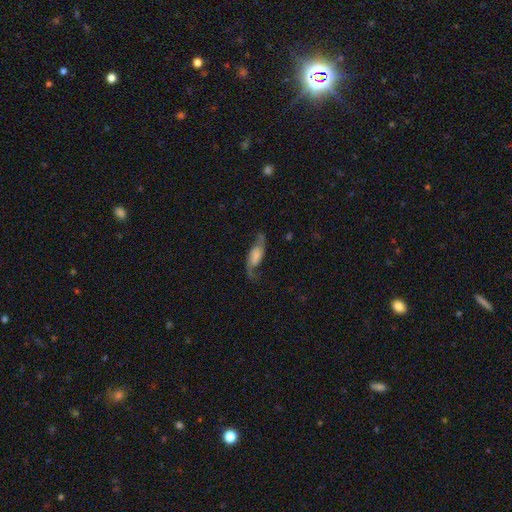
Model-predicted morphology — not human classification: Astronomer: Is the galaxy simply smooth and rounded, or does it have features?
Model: featured or disk — 73%.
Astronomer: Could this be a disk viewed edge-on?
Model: no — 91%.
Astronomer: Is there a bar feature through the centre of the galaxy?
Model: no — 53% (runner-up: weak, 32%).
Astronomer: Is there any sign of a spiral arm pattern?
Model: yes — 93%.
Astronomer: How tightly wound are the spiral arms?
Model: loose — 72%.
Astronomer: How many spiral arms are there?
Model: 2 — 91%.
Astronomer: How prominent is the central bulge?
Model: small — 45% (runner-up: moderate, 24%).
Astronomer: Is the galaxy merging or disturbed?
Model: none — 67%.